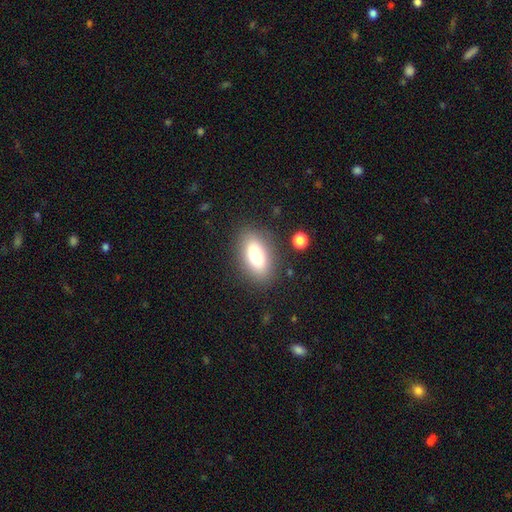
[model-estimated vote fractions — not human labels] Smooth or featured: smooth — 77% (featured or disk — 14%)
How rounded: in between — 85% (cigar-shaped — 11%)
Merging: none — 83% (minor disturbance — 10%)